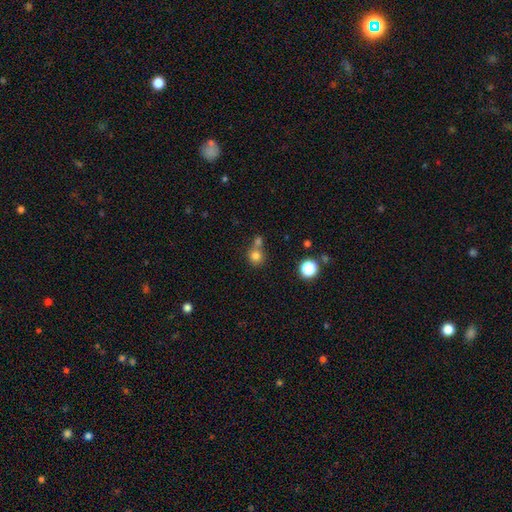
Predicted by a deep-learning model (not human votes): The model was most divided on "merging": none: 52%, merger: 37%, minor disturbance: 8%, major disturbance: 3%. More confident: how rounded — round (89%); smooth or featured — smooth (78%).